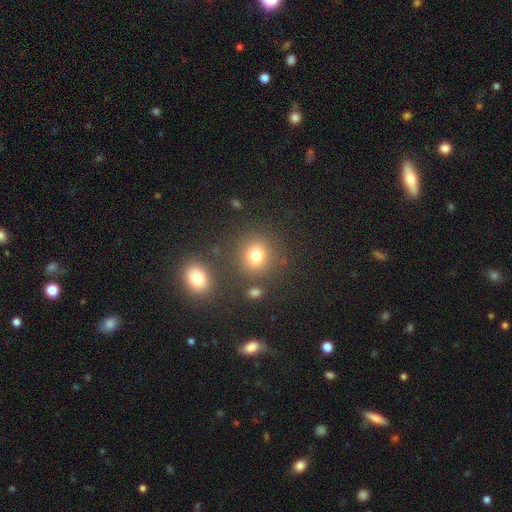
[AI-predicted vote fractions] The model was most divided on "how rounded": round: 79%, in between: 20%, cigar-shaped: 1%. More confident: merging — none (78%); smooth or featured — smooth (77%).